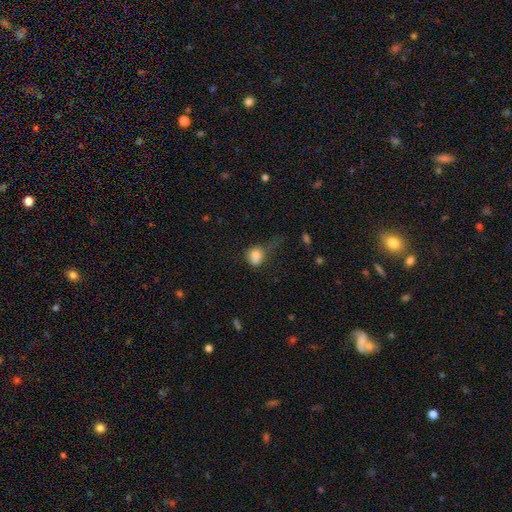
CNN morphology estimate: smooth 80%, star or artifact 10%, featured or disk 10%. Down the decision tree: how rounded — round (60%); merging — major disturbance (35%).